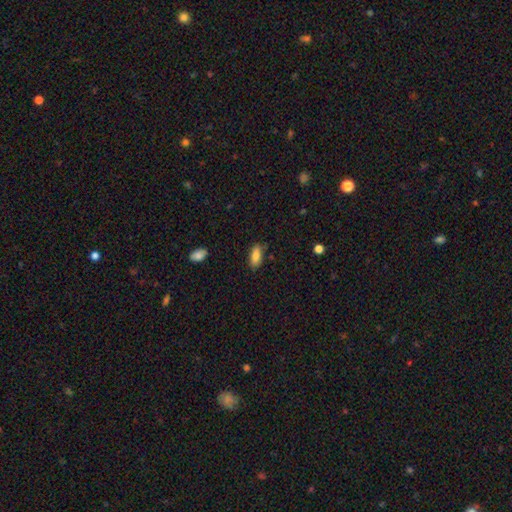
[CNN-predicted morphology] A smooth galaxy with no disk features (85%) that is in between round and cigar-shaped (81%).

Vote fractions:
- Smooth or featured? smooth: 85% / featured or disk: 9% / star or artifact: 7%
- How rounded? in between: 81% / cigar-shaped: 17% / round: 2%
- Merging? none: 81% / minor disturbance: 14% / major disturbance: 3% / merger: 2%